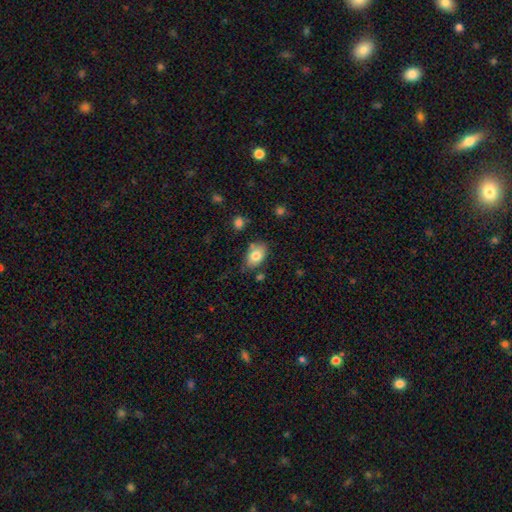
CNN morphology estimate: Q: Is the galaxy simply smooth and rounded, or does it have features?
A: smooth — 79%.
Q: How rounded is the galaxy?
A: in between — 89%.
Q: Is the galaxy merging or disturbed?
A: none — 73%.